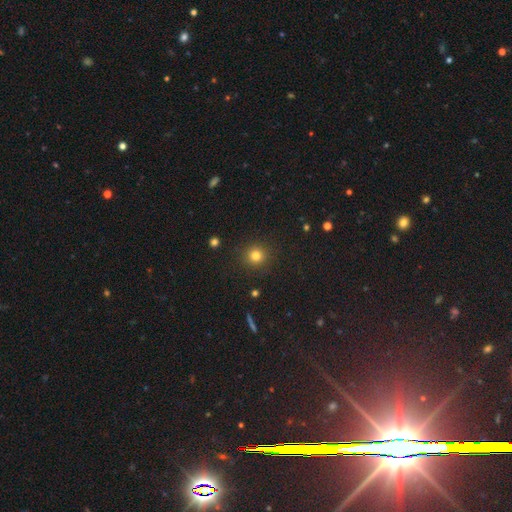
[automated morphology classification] smooth_or_featured: smooth (p=0.80) [alt: star or artifact p=0.14]
how_rounded: round (p=0.93) [alt: in between p=0.06]
merging: none (p=0.90) [alt: minor disturbance p=0.06]